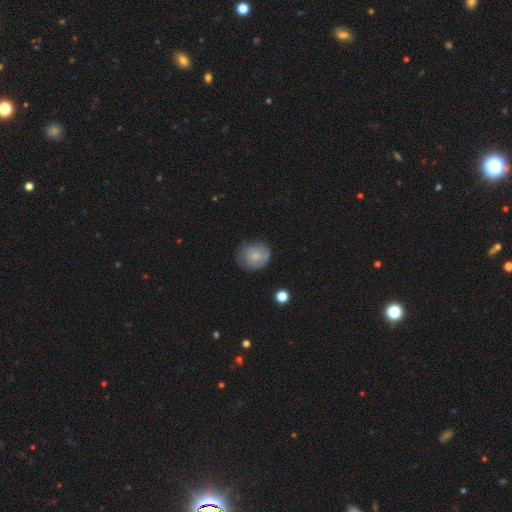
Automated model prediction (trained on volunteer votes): smooth-or-featured: smooth: 72% | featured or disk: 20% | star or artifact: 8%
  how-rounded: round: 79% | in between: 20% | cigar-shaped: 1%
  merging: none: 60% | minor disturbance: 29% | major disturbance: 10% | merger: 2%